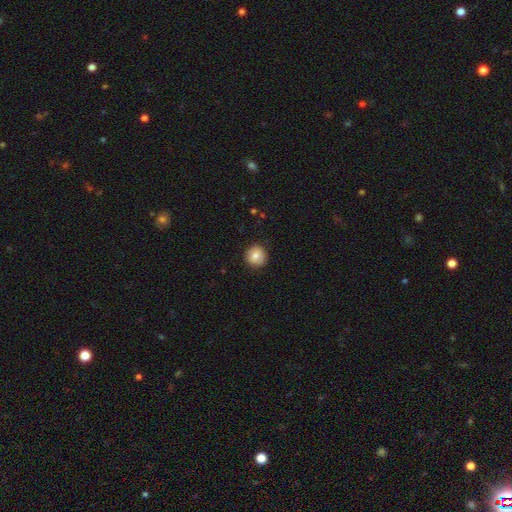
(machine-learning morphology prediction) Smooth or featured: smooth — 78% (featured or disk — 13%)
How rounded: round — 95% (in between — 4%)
Merging: none — 90% (minor disturbance — 7%)